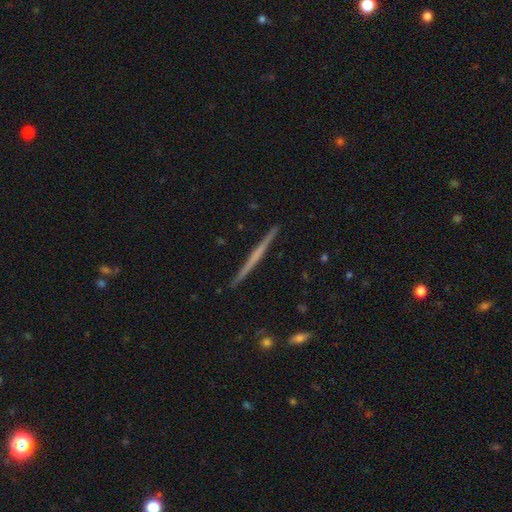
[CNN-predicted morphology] Q: Smooth or featured?
A: featured or disk (64%); runner-up: smooth (31%)
Q: Edge-on disk?
A: yes (98%); runner-up: no (2%)
Q: Edge-on bulge?
A: none (80%); runner-up: rounded (14%)
Q: Merging?
A: none (92%); runner-up: minor disturbance (5%)